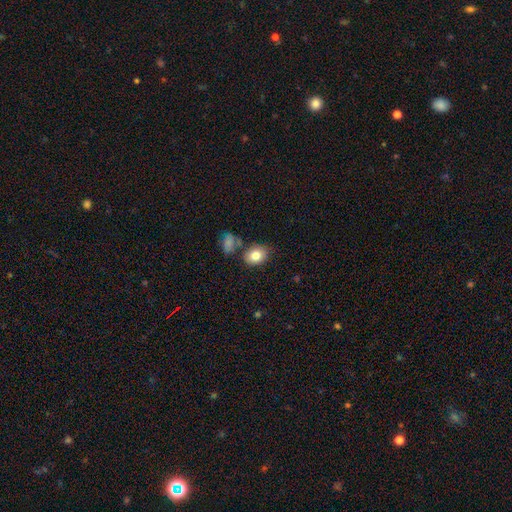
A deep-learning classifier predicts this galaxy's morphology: A smooth galaxy with no disk features (81%) that is in between round and cigar-shaped (64%).

Vote fractions:
- Smooth or featured? smooth: 81% / featured or disk: 10% / star or artifact: 9%
- How rounded? in between: 64% / round: 35% / cigar-shaped: 1%
- Merging? none: 70% / minor disturbance: 16% / merger: 10% / major disturbance: 4%